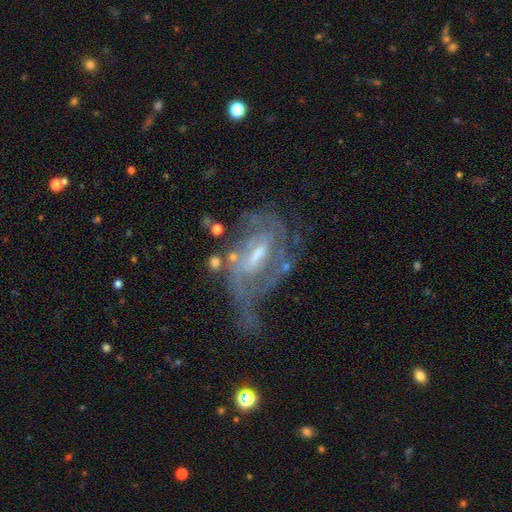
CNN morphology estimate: A featured or disk galaxy (83%) with a weak bar (49%), 2 (40%) medium (41%) spiral arms (85%) and a moderate central bulge (43%). Merging: none (38%).